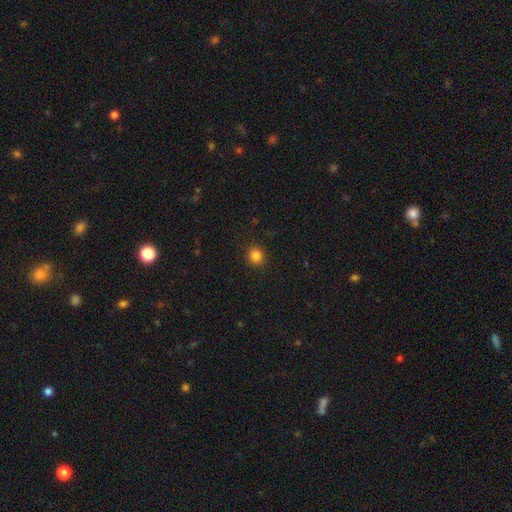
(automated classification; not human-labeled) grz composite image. It shows a smooth galaxy with no disk features (84%) that is round (90%). Merging: none (91%).